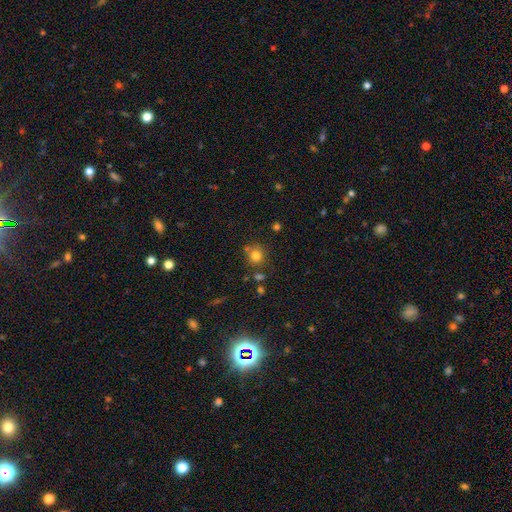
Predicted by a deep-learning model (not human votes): smooth_or_featured: smooth (p=0.78) [alt: star or artifact p=0.14]
how_rounded: round (p=0.88) [alt: in between p=0.11]
merging: none (p=0.73) [alt: minor disturbance p=0.12]